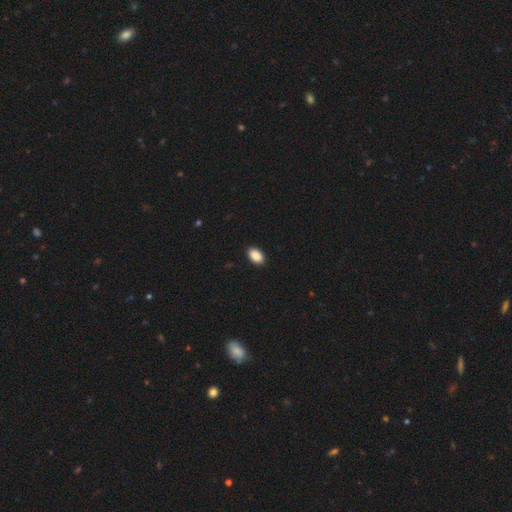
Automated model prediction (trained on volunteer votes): smooth 90%, star or artifact 7%, featured or disk 3%. Down the decision tree: how rounded — in between (91%); merging — none (90%).